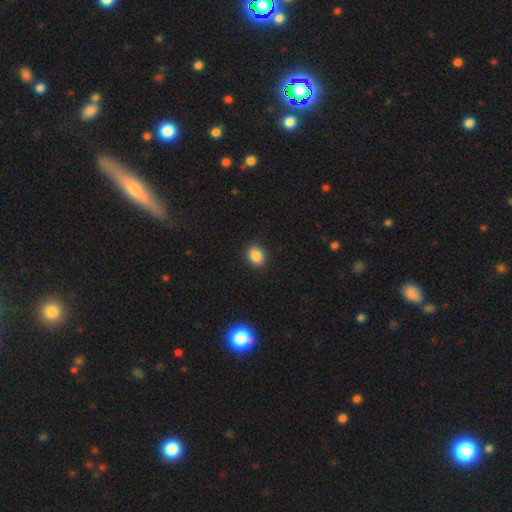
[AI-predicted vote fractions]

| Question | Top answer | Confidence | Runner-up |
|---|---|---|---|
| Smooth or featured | smooth | 86% | star or artifact (10%) |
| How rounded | round | 51% | in between (48%) |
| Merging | none | 90% | minor disturbance (7%) |